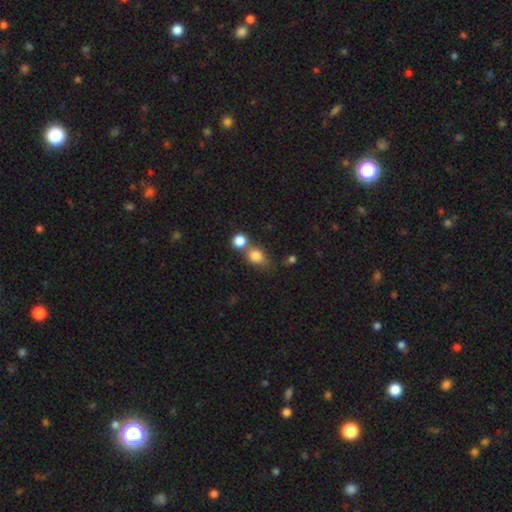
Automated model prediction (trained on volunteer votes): Smooth or featured? Predicted: smooth (p=0.81). How rounded? Predicted: in between (p=0.52). Merging? Predicted: none (p=0.48).